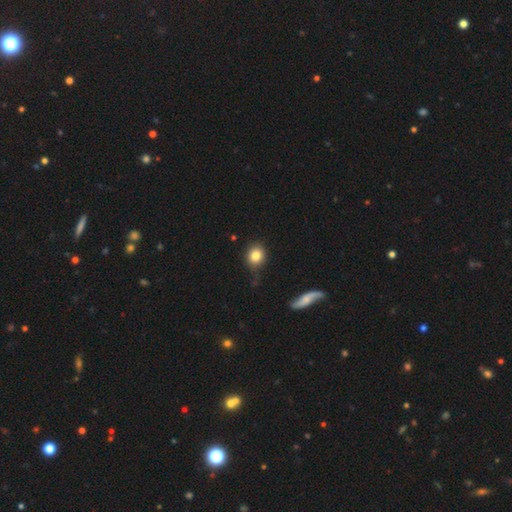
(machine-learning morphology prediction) A smooth galaxy with no disk features (83%) that is round (80%).

Vote fractions:
- Smooth or featured? smooth: 83% / star or artifact: 9% / featured or disk: 8%
- How rounded? round: 80% / in between: 19% / cigar-shaped: 1%
- Merging? none: 73% / minor disturbance: 18% / major disturbance: 4% / merger: 4%